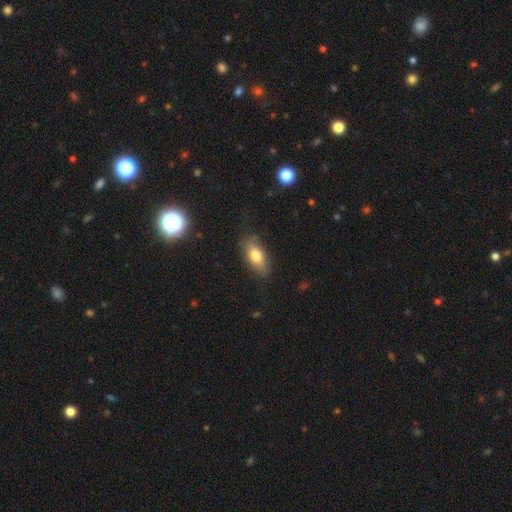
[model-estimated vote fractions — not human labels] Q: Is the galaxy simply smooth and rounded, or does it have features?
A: smooth — 75%.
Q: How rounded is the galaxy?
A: in between — 83%.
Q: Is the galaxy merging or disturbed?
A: none — 77%.